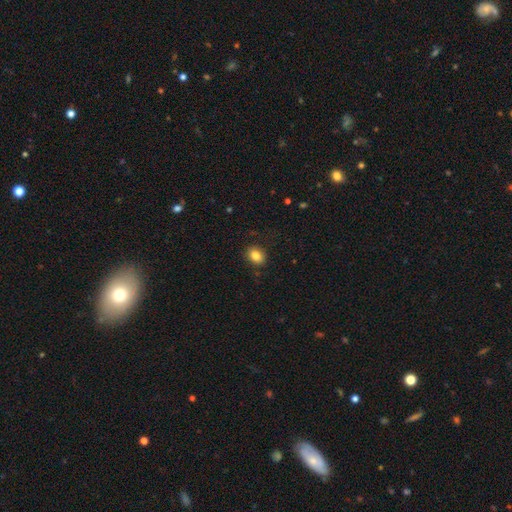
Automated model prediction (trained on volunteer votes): The model was most divided on "how rounded": in between: 60%, round: 39%, cigar-shaped: 1%. More confident: merging — none (87%); smooth or featured — smooth (83%).